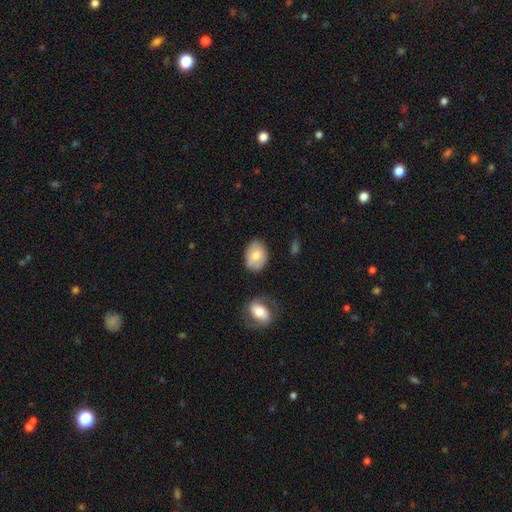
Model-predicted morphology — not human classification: Overall: smooth (71%). How rounded: in between (70%). Merging: none (72%).